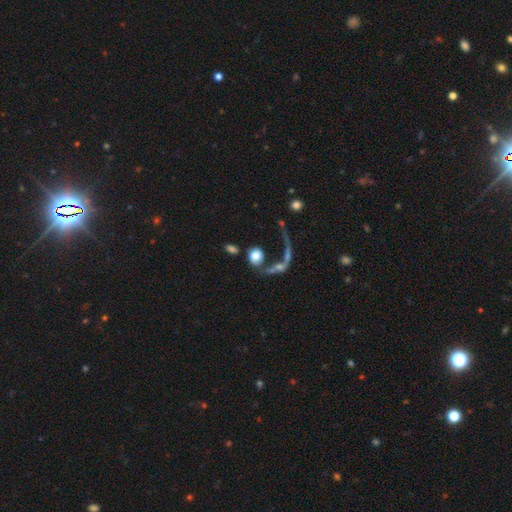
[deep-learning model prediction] Smooth or featured?
  - smooth: 73% *
  - featured or disk: 18%
  - star or artifact: 9%
How rounded?
  - round: 66% *
  - in between: 31%
  - cigar-shaped: 3%
Merging?
  - merger: 34% * (tied)
  - none: 34% * (tied)
  - major disturbance: 21%
  - minor disturbance: 10%